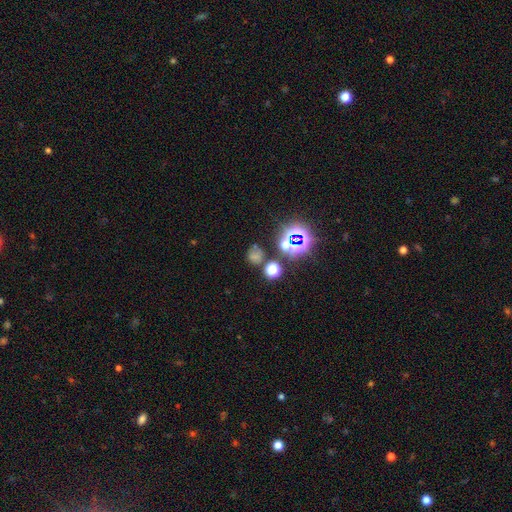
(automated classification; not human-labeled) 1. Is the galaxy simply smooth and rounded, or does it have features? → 50% smooth, 39% star or artifact, 11% featured or disk.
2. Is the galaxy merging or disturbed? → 62% none, 15% minor disturbance, 14% merger, 9% major disturbance.